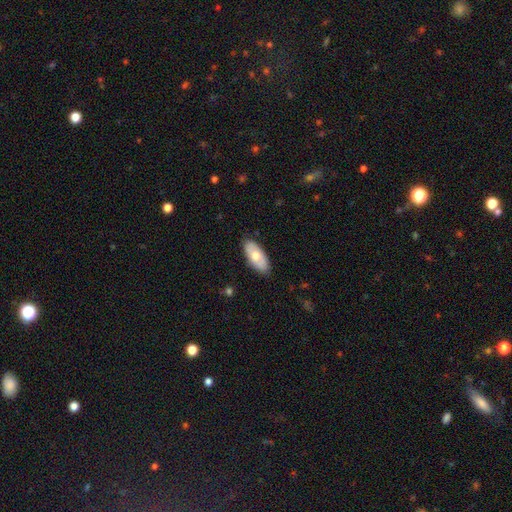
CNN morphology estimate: Smooth or featured? Predicted: smooth (p=0.63). How rounded? Predicted: in between (p=0.90). Merging? Predicted: none (p=0.85).